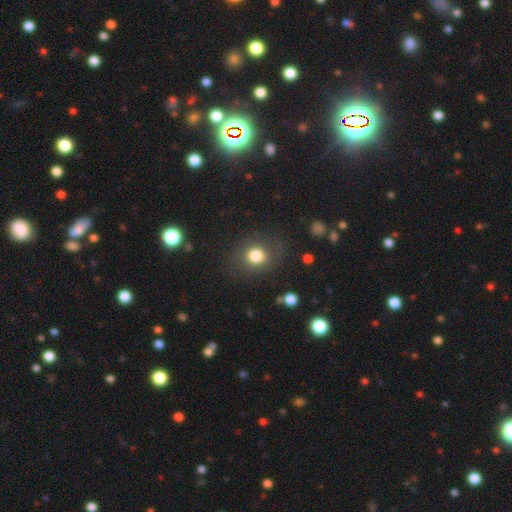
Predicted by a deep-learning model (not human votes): Morphology: type=smooth (79%); roundness=round (74%); merging=none (80%).